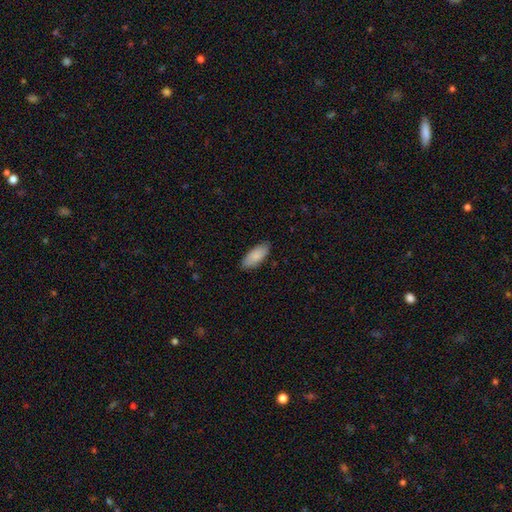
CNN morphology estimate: smooth_or_featured: smooth (p=0.87) [alt: featured or disk p=0.07]
how_rounded: in between (p=0.84) [alt: cigar-shaped p=0.14]
merging: none (p=0.85) [alt: minor disturbance p=0.12]